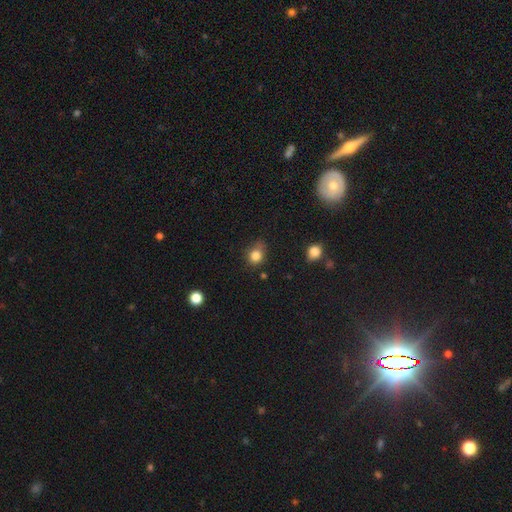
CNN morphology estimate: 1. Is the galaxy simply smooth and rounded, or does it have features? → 83% smooth, 11% star or artifact, 6% featured or disk.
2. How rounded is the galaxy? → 62% round, 37% in between, 1% cigar-shaped.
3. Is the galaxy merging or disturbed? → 57% none, 32% minor disturbance, 8% major disturbance, 3% merger.